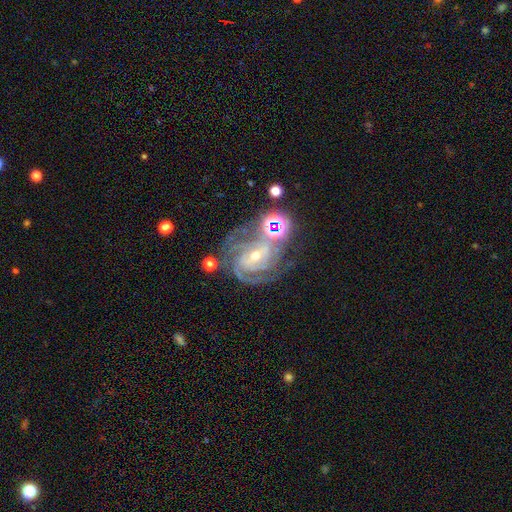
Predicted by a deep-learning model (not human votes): smooth_or_featured: featured or disk (p=0.87) [alt: star or artifact p=0.09]
disk_edge_on: no (p=0.97) [alt: yes p=0.03]
bar: no (p=0.41) [alt: weak p=0.37]
has_spiral_arms: yes (p=0.98) [alt: no p=0.02]
spiral_winding: tight (p=0.65) [alt: medium p=0.31]
spiral_arm_count: 3 (p=0.36) [alt: 4 p=0.20]
bulge_size: small (p=0.63) [alt: moderate p=0.33]
merging: none (p=0.63) [alt: minor disturbance p=0.18]